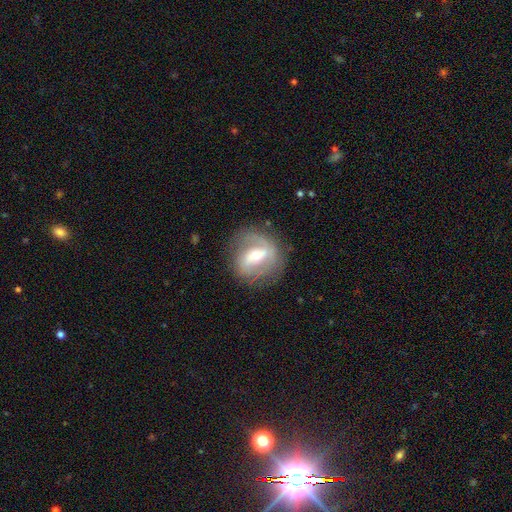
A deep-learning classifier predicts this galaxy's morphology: The model was most divided on "bar": strong: 46%, weak: 38%, no: 16%. Remaining: edge-on disk — no (93%); merging — none (75%); smooth or featured — featured or disk (74%); spiral arms — yes (74%); spiral arm count — 2 (71%); bulge size — moderate (55%); spiral winding — medium (41%).